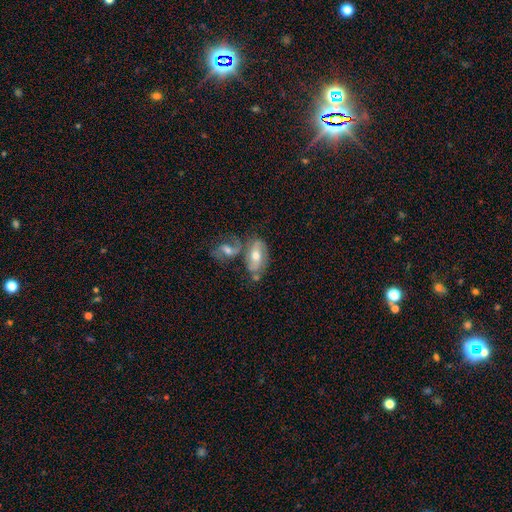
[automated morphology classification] Smooth or featured? featured or disk (58%)
Edge-on disk? no (92%)
Bar? no (46%)
Spiral arms? yes (80%)
Bulge size? moderate (73%)
Merging? none (43%)